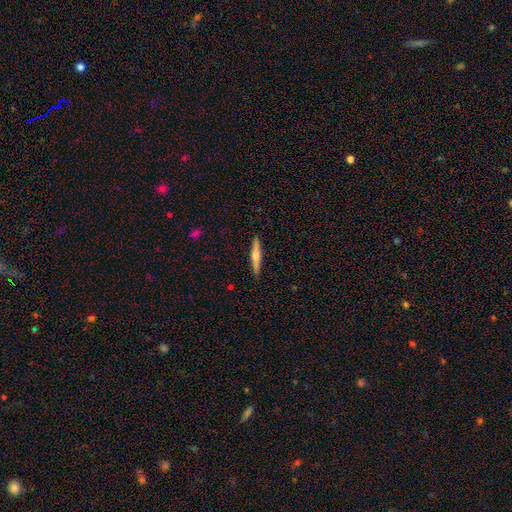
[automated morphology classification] featured or disk 49%, smooth 46%, star or artifact 6%. Down the decision tree: merging — none (91%).